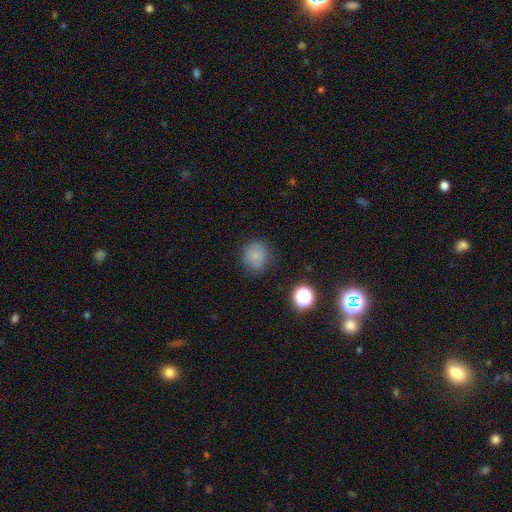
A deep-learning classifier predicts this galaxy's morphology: A smooth galaxy with no disk features (78%) that is round (81%).

Vote fractions:
- Smooth or featured? smooth: 78% / star or artifact: 13% / featured or disk: 9%
- How rounded? round: 81% / in between: 18% / cigar-shaped: 1%
- Merging? none: 80% / minor disturbance: 15% / major disturbance: 4% / merger: 2%